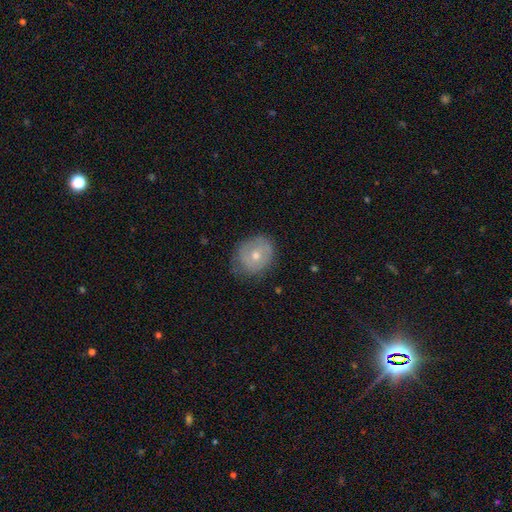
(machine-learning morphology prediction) Overall: smooth (48%; featured or disk 44%). Merging: none (64%; minor disturbance 26%).